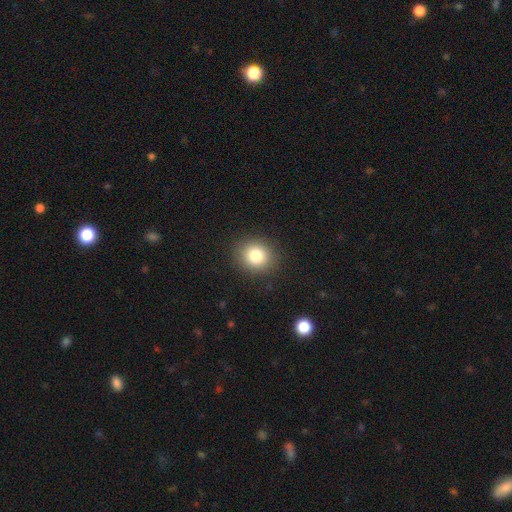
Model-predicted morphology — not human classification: Smooth or featured? smooth (81%)
How rounded? round (81%)
Merging? none (90%)